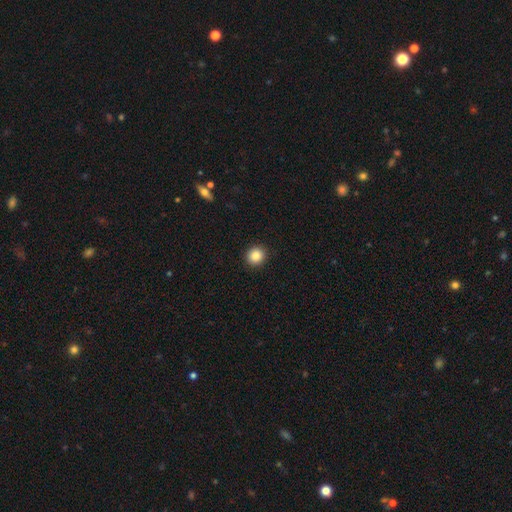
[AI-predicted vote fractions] smooth-or-featured: smooth: 87% | star or artifact: 10% | featured or disk: 4%
  how-rounded: round: 89% | in between: 10% | cigar-shaped: 1%
  merging: none: 93% | minor disturbance: 5% | major disturbance: 2% | merger: 1%